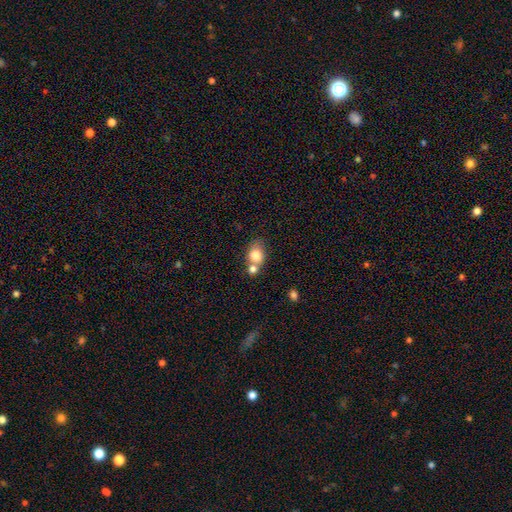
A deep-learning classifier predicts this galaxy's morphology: smooth_or_featured: smooth (p=0.79) [alt: featured or disk p=0.11]
how_rounded: in between (p=0.58) [alt: round p=0.40]
merging: none (p=0.41) [tied with: merger p=0.41]